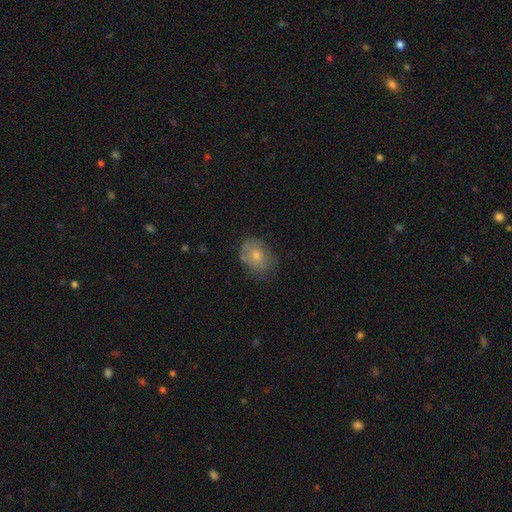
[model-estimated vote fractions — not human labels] smooth-or-featured: smooth: 68% | featured or disk: 23% | star or artifact: 9%
  how-rounded: in between: 65% | round: 34% | cigar-shaped: 1%
  merging: none: 61% | minor disturbance: 27% | major disturbance: 10% | merger: 2%